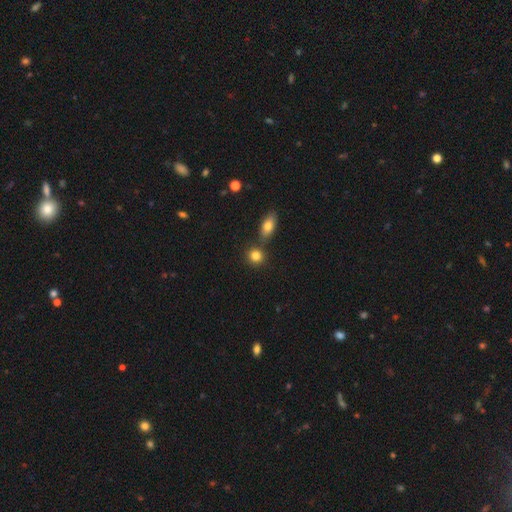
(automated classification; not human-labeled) Smooth or featured: smooth — 83% (star or artifact — 10%)
How rounded: round — 80% (in between — 18%)
Merging: none — 68% (merger — 21%)